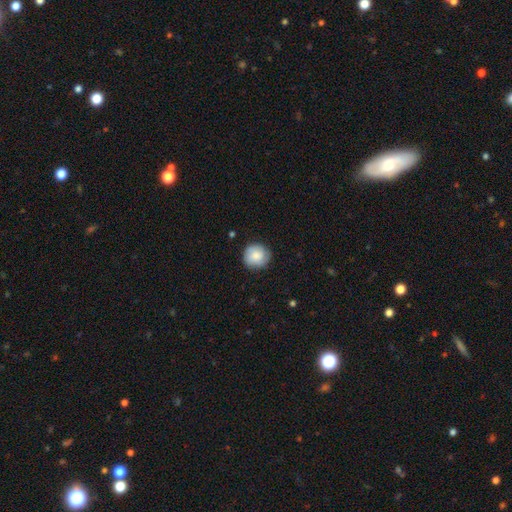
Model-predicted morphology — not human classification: Q: Smooth or featured?
A: smooth (79%); runner-up: featured or disk (14%)
Q: How rounded?
A: round (92%); runner-up: in between (7%)
Q: Merging?
A: none (84%); runner-up: minor disturbance (12%)